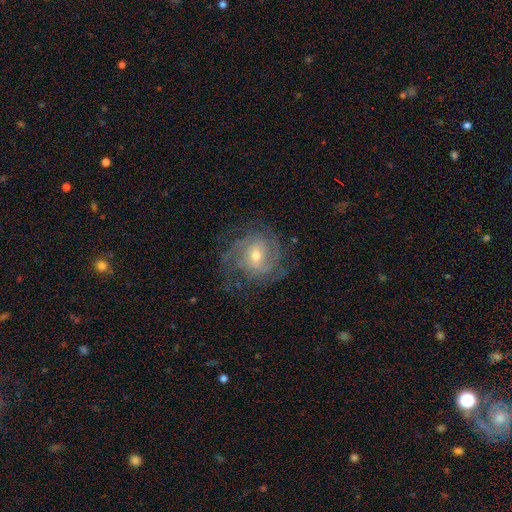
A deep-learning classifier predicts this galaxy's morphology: type=featured or disk (82%); edge-on=no (97%); bar=no (51%); spiral arms=yes (93%); winding=tight (53%); arm count=can't tell (30%); bulge=moderate (53%); merging=none (71%).